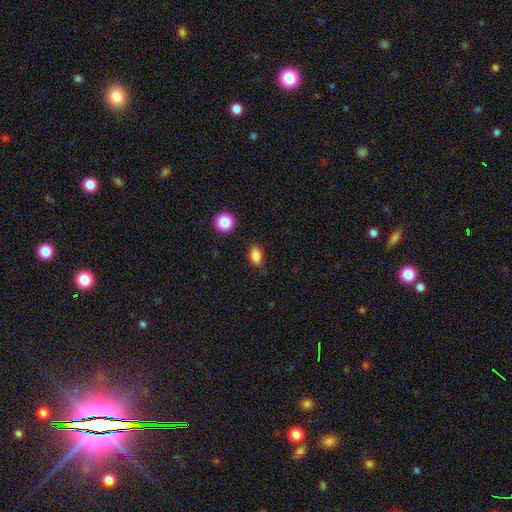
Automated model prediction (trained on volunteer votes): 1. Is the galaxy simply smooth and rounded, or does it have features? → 84% smooth, 11% star or artifact, 5% featured or disk.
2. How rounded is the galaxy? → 79% in between, 19% round, 1% cigar-shaped.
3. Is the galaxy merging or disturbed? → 82% none, 13% minor disturbance, 3% major disturbance, 2% merger.